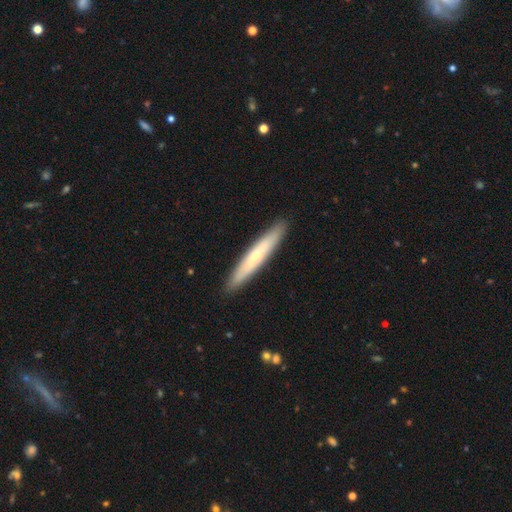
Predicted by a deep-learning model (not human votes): smooth_or_featured: smooth (p=0.57) [alt: featured or disk p=0.37]
how_rounded: cigar-shaped (p=0.94) [alt: in between p=0.05]
merging: none (p=0.91) [alt: minor disturbance p=0.06]